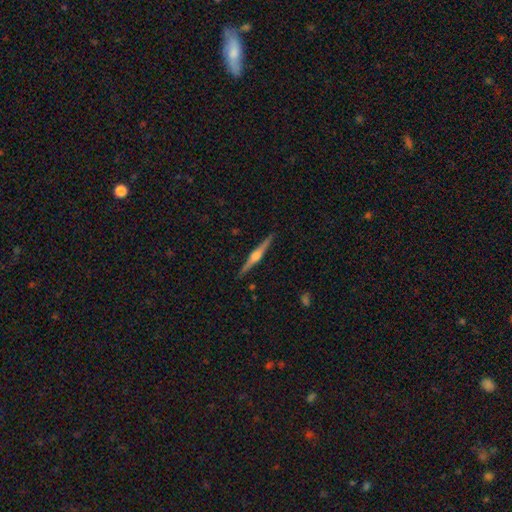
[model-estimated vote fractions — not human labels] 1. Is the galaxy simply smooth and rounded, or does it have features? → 83% featured or disk, 12% smooth, 5% star or artifact.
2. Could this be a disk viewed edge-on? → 99% yes, 1% no.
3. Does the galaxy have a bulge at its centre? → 89% rounded, 8% boxy, 3% none.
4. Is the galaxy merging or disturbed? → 92% none, 5% minor disturbance, 1% major disturbance, 1% merger.